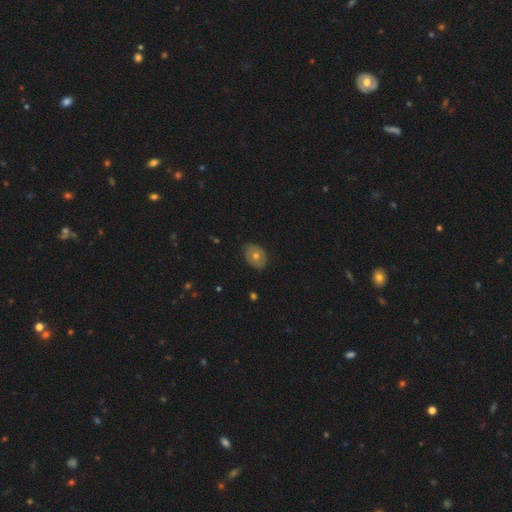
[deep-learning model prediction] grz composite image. It shows a smooth galaxy with no disk features (53%) that is in between round and cigar-shaped (70%). Merging: none (83%).